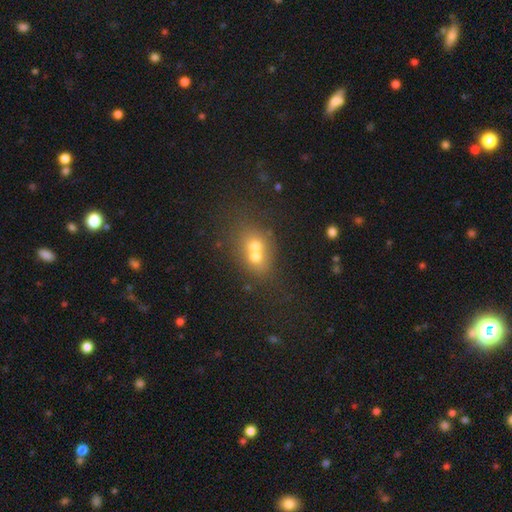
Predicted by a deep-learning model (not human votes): The model was most divided on "how rounded": round: 59%, in between: 40%, cigar-shaped: 2%. More confident: merging — merger (66%); smooth or featured — smooth (58%).